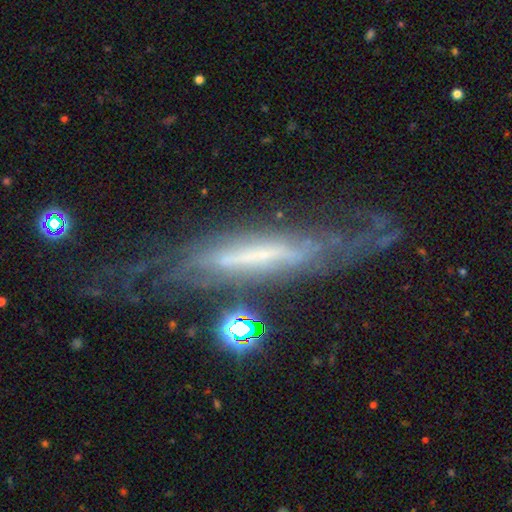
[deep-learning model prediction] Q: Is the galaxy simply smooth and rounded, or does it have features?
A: featured or disk — 75%.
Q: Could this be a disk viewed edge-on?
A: yes — 55%.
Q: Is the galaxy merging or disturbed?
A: none — 58%.